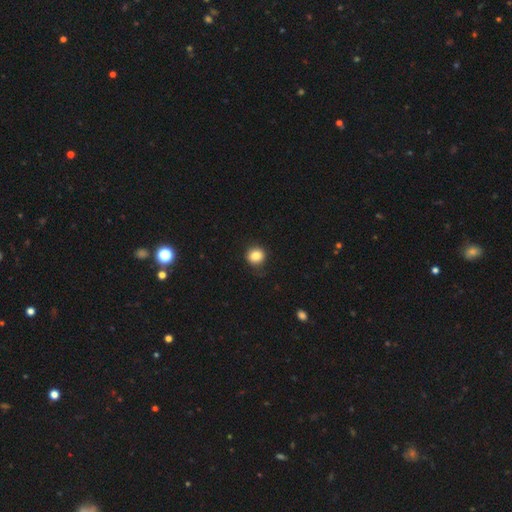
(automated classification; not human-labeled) smooth 84%, star or artifact 10%, featured or disk 6%. Down the decision tree: how rounded — round (83%); merging — none (81%).